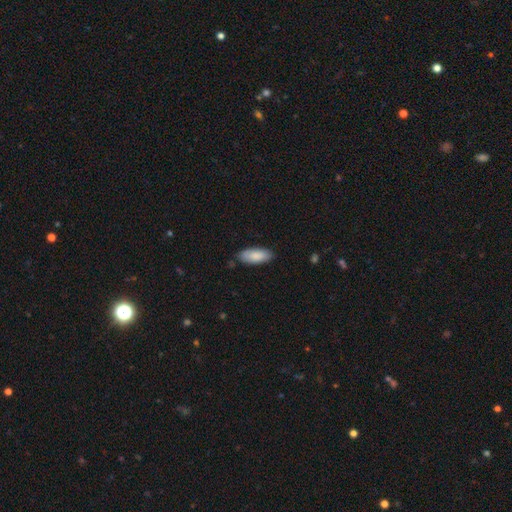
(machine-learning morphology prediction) Smooth or featured? Predicted: smooth (p=0.87). How rounded? Predicted: in between (p=0.80). Merging? Predicted: none (p=0.82).